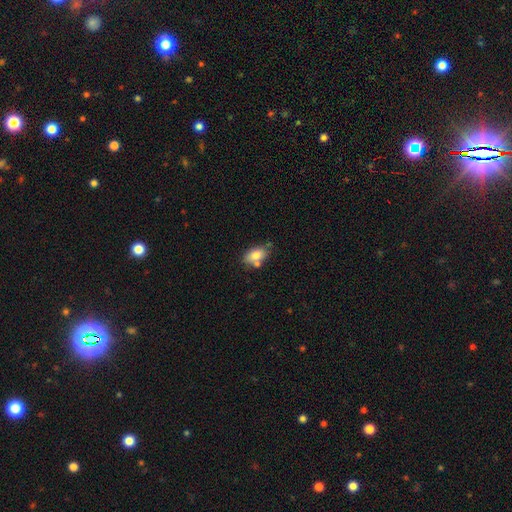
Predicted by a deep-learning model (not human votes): Overall: smooth (80%). How rounded: in between (88%). Merging: none (60%).